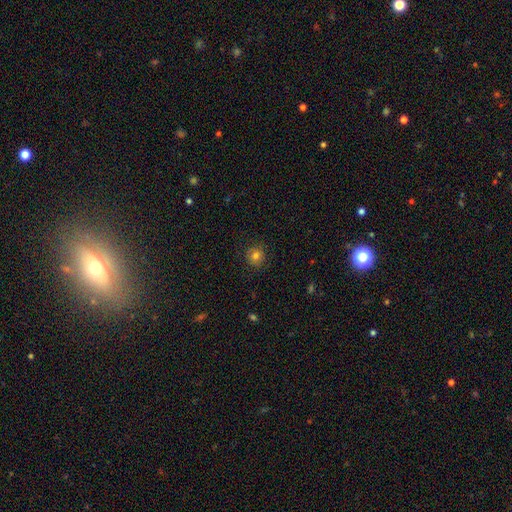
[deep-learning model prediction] Smooth or featured?
  - smooth: 76% *
  - star or artifact: 12%
  - featured or disk: 12%
How rounded?
  - round: 89% *
  - in between: 10%
  - cigar-shaped: 1%
Merging?
  - none: 85% *
  - minor disturbance: 10%
  - major disturbance: 3%
  - merger: 1%